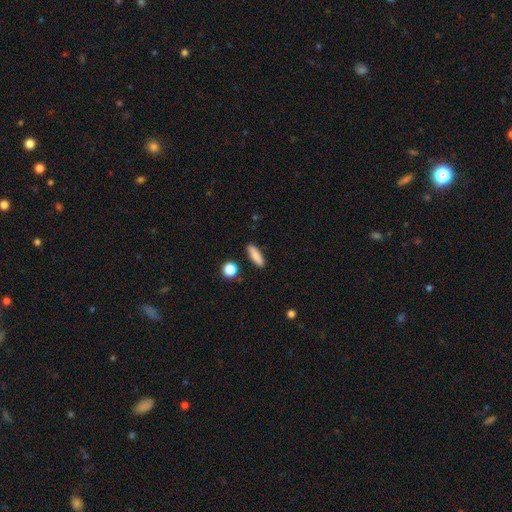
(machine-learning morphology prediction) smooth_or_featured: smooth (p=0.83) [alt: featured or disk p=0.10]
how_rounded: cigar-shaped (p=0.58) [alt: in between p=0.38]
merging: none (p=0.87) [alt: minor disturbance p=0.09]